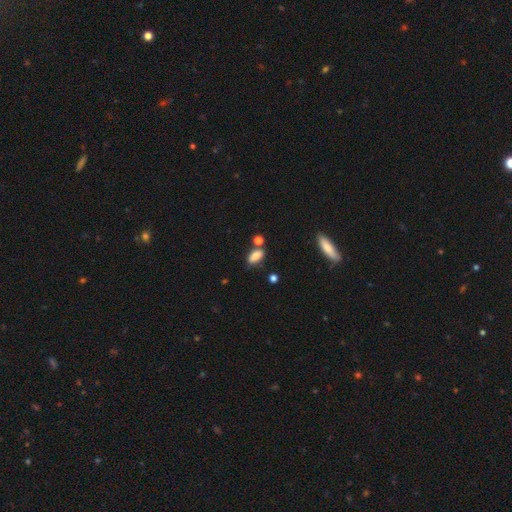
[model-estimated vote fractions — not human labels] smooth_or_featured: smooth (p=0.81) [alt: featured or disk p=0.10]
how_rounded: in between (p=0.83) [alt: cigar-shaped p=0.11]
merging: none (p=0.62) [alt: minor disturbance p=0.19]